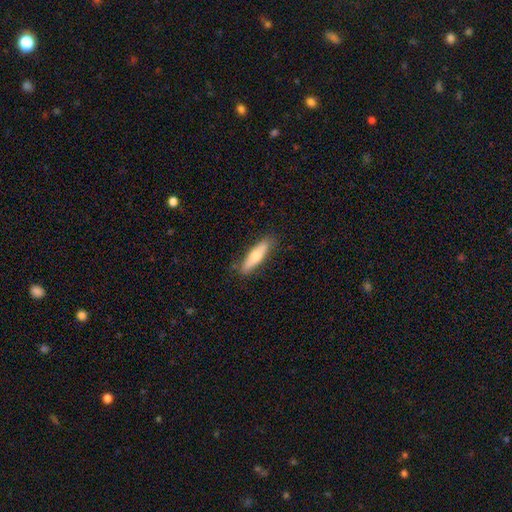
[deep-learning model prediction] smooth 58%, featured or disk 37%, star or artifact 6%. Down the decision tree: how rounded — cigar-shaped (71%); merging — none (84%).